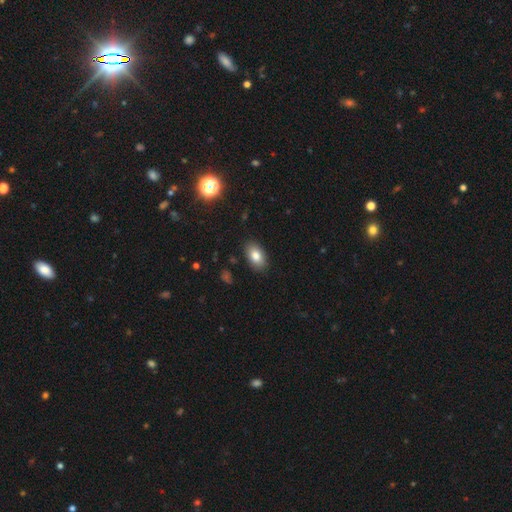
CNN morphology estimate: A smooth galaxy with no disk features (83%) that is in between round and cigar-shaped (90%). Merging: none (87%).